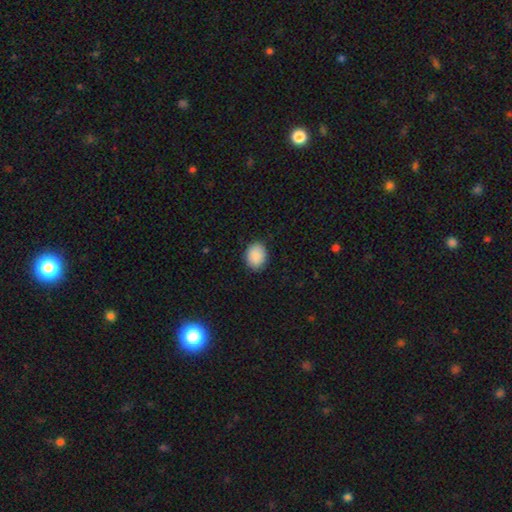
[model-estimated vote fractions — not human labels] A smooth galaxy with no disk features (90%) that is in between round and cigar-shaped (55%). Merging: none (87%).